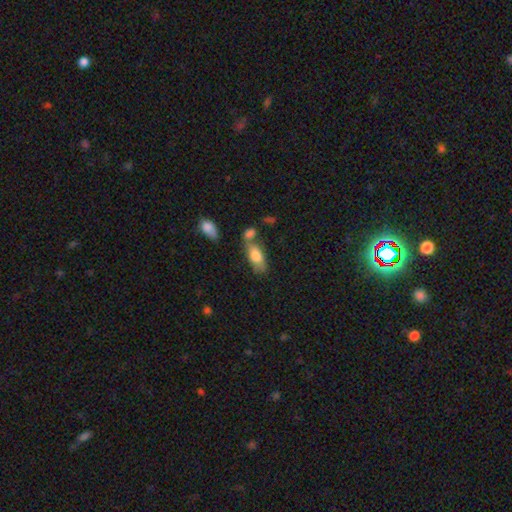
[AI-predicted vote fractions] smooth 74%, featured or disk 19%, star or artifact 7%. Down the decision tree: how rounded — in between (83%); merging — none (53%).